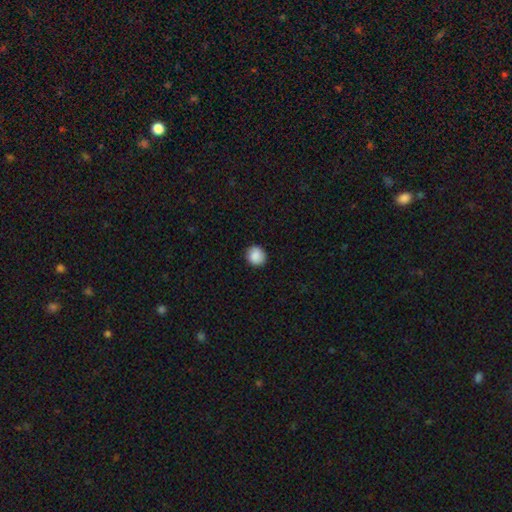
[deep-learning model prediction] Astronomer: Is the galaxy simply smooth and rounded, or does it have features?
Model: smooth — 87%.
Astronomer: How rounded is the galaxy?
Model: round — 87%.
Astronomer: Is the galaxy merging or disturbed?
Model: none — 88%.